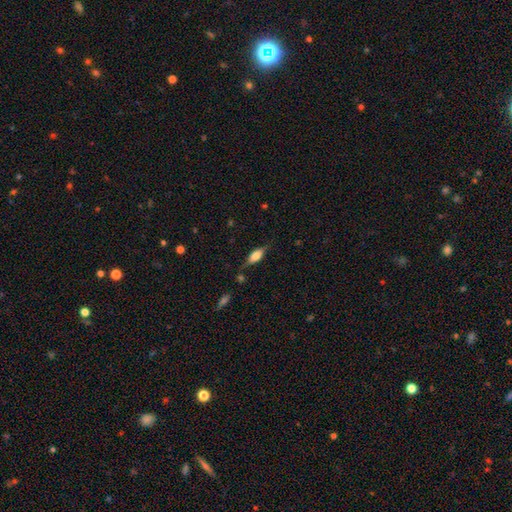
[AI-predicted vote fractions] A smooth galaxy with no disk features (50%). Merging: none (71%).